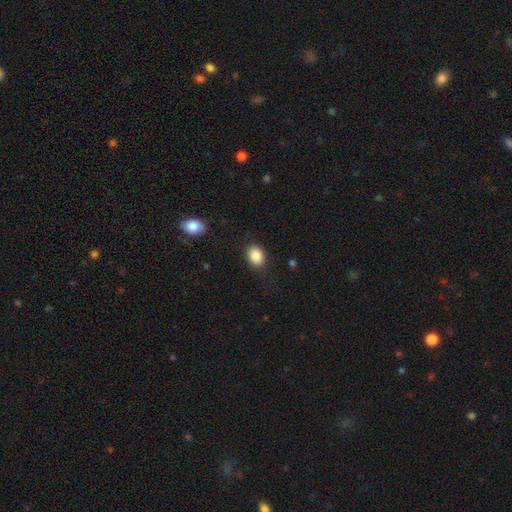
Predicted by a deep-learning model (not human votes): This is clearly a smooth galaxy (87%). How rounded: likely in between (63%). Merging: clearly none (84%).